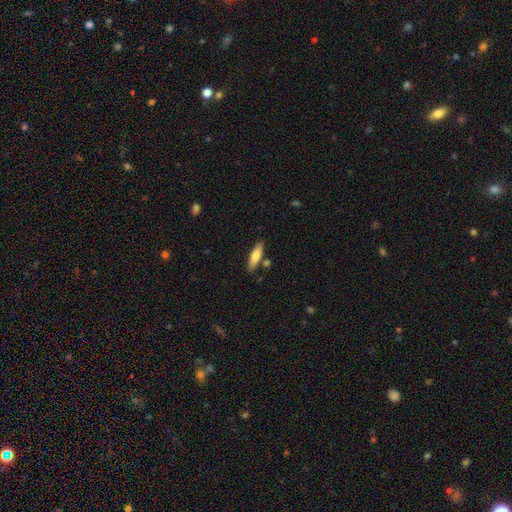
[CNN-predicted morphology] The model was most divided on "how rounded": cigar-shaped: 63%, in between: 35%, round: 2%. More confident: merging — none (80%); smooth or featured — smooth (74%).